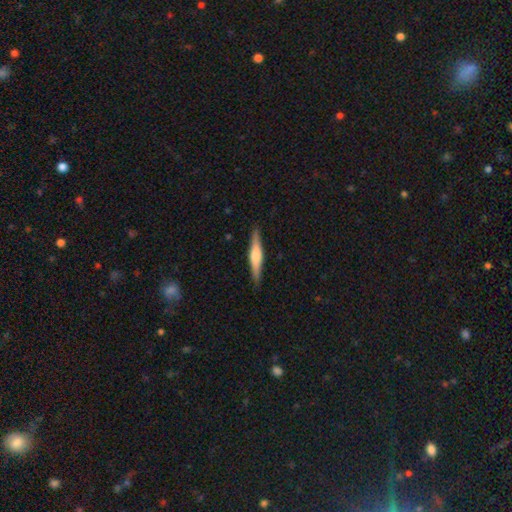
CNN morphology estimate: Smooth or featured?
  - featured or disk: 54% *
  - smooth: 41%
  - star or artifact: 5%
Edge-on disk?
  - yes: 97% *
  - no: 3%
Edge-on bulge?
  - rounded: 66% *
  - boxy: 24%
  - none: 10%
Merging?
  - none: 89% *
  - minor disturbance: 8%
  - major disturbance: 2%
  - merger: 1%